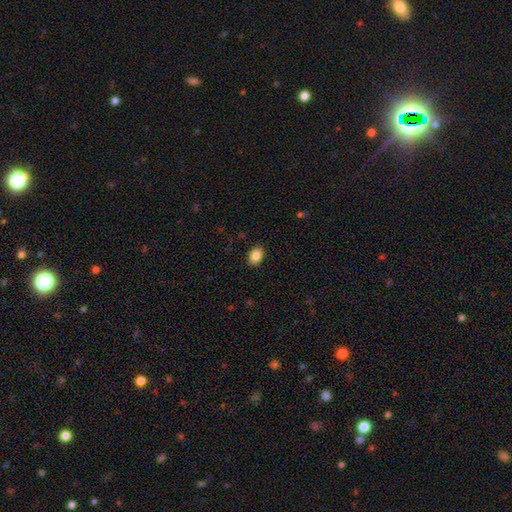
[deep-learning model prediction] This is clearly a smooth galaxy (87%). How rounded: likely in between (76%). Merging: clearly none (88%).